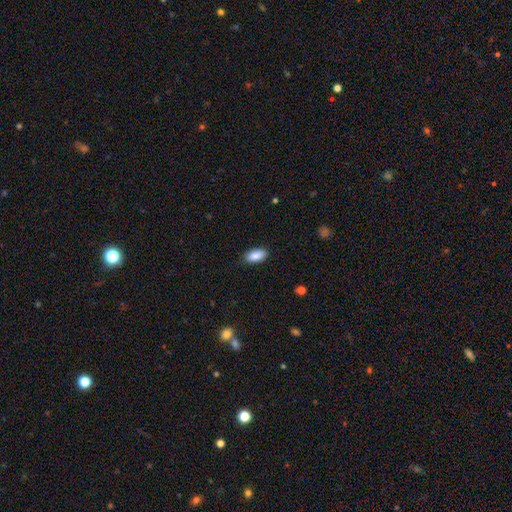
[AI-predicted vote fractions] This appears to be a smooth galaxy with no disk features (87%) that is in between round and cigar-shaped (92%). Merging: none (83%).